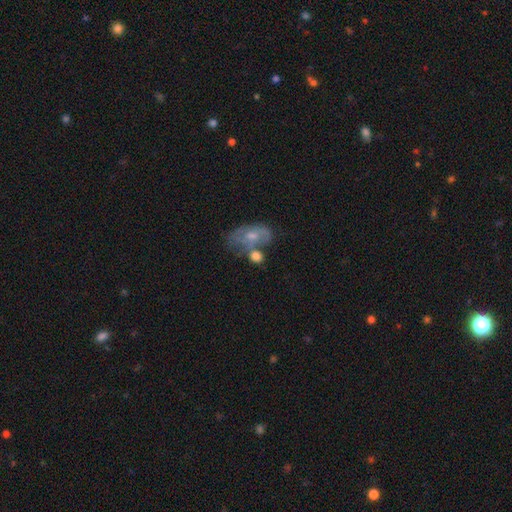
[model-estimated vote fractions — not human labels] smooth-or-featured: smooth: 66% | featured or disk: 24% | star or artifact: 9%
  how-rounded: in between: 55% | round: 42% | cigar-shaped: 2%
  merging: none: 38% | merger: 34% | minor disturbance: 17% | major disturbance: 11%